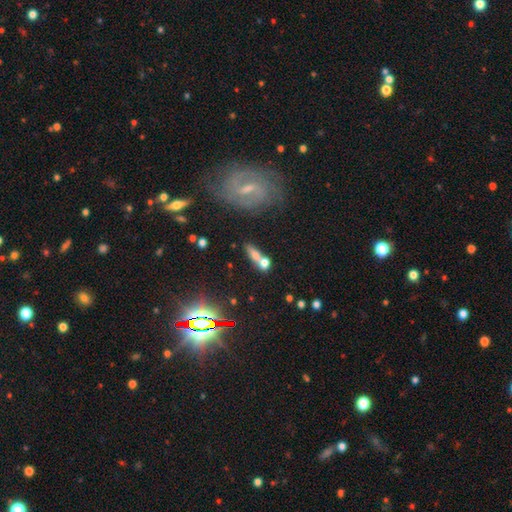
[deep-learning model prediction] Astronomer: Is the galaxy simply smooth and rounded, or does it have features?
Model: smooth — 65%.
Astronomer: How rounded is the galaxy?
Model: in between — 52% (runner-up: cigar-shaped, 29%).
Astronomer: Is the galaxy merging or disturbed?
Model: merger — 48% (runner-up: none, 35%).